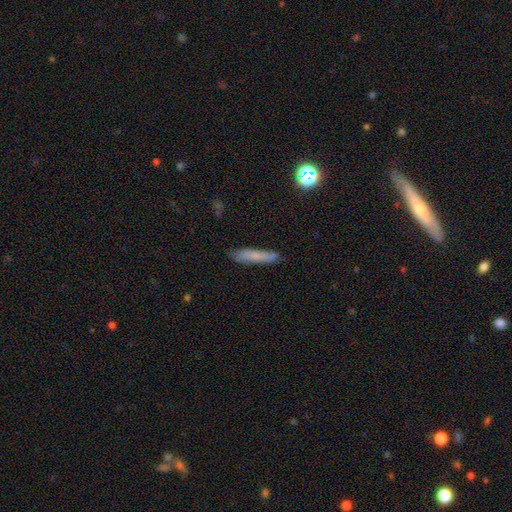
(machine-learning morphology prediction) smooth_or_featured: smooth (p=0.71) [alt: featured or disk p=0.20]
how_rounded: cigar-shaped (p=0.90) [alt: in between p=0.08]
merging: none (p=0.85) [alt: minor disturbance p=0.11]